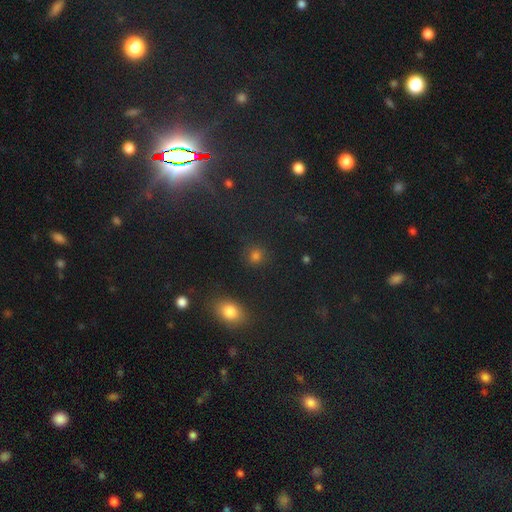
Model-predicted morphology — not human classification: A smooth galaxy with no disk features (65%) that is round (86%).

Vote fractions:
- Smooth or featured? smooth: 65% / star or artifact: 29% / featured or disk: 6%
- How rounded? round: 86% / in between: 13% / cigar-shaped: 1%
- Merging? none: 88% / minor disturbance: 7% / major disturbance: 3% / merger: 2%